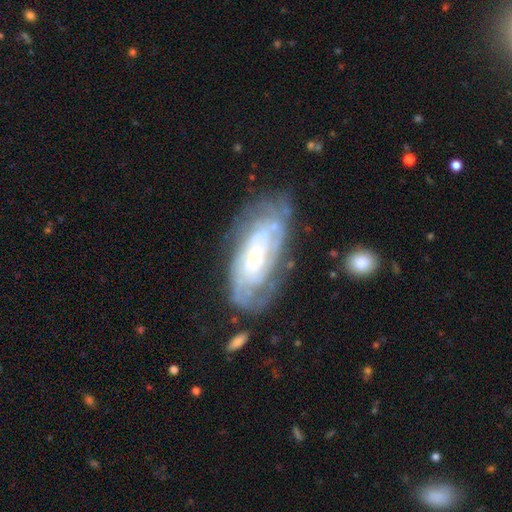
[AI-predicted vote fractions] A featured or disk galaxy (78%) with no bar (62%), tight (69%) spiral arms (90%) and a small central bulge (60%). Merging: none (66%).